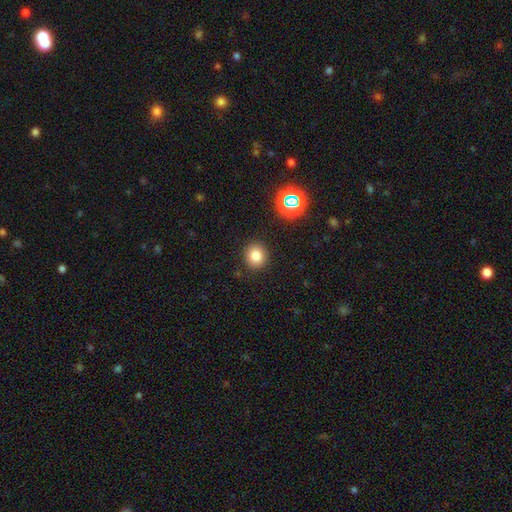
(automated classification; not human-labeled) The model was most divided on "smooth or featured": smooth: 79%, star or artifact: 14%, featured or disk: 7%. More confident: merging — none (89%); how rounded — round (82%).